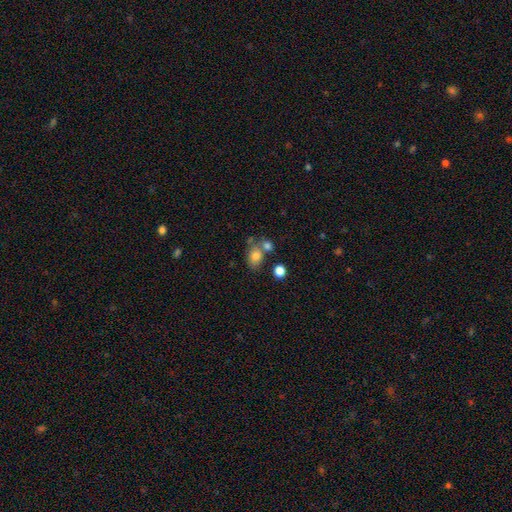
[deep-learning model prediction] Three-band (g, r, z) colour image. It shows a smooth galaxy with no disk features (76%) that is in between round and cigar-shaped (63%). Merging: none (49%).